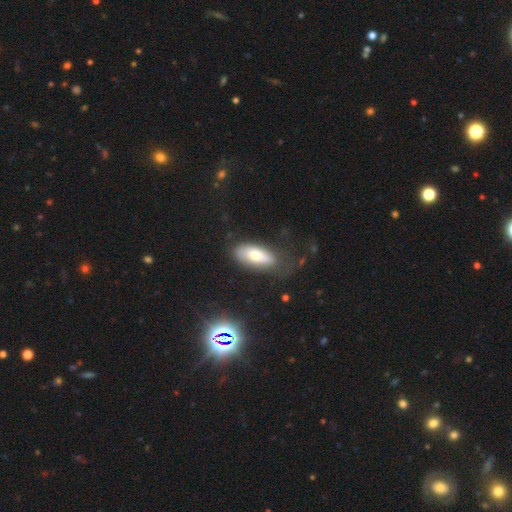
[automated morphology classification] smooth_or_featured: smooth (p=0.64) [alt: featured or disk p=0.29]
how_rounded: in between (p=0.85) [alt: cigar-shaped p=0.12]
merging: none (p=0.62) [alt: minor disturbance p=0.24]